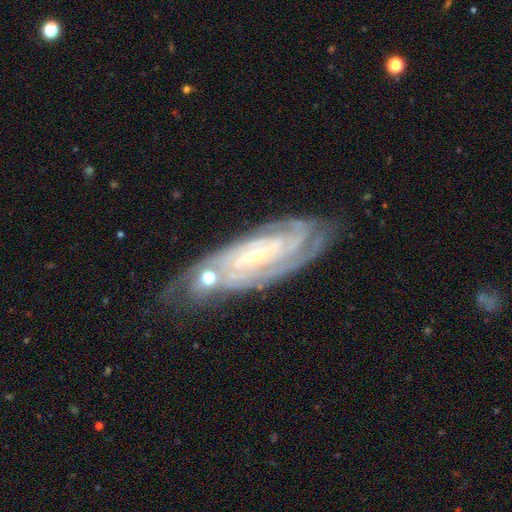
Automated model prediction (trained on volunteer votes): smooth_or_featured: featured or disk (p=0.88) [alt: star or artifact p=0.06]
disk_edge_on: no (p=0.91) [alt: yes p=0.09]
bar: no (p=0.47) [alt: weak p=0.33]
has_spiral_arms: yes (p=0.97) [alt: no p=0.03]
spiral_winding: tight (p=0.76) [alt: medium p=0.21]
spiral_arm_count: 4 (p=0.27) [alt: can't tell p=0.24]
bulge_size: small (p=0.80) [alt: moderate p=0.17]
merging: none (p=0.68) [alt: minor disturbance p=0.16]